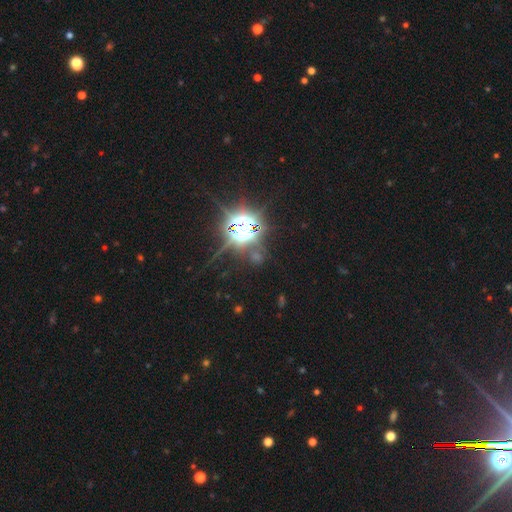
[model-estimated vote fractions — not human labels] Smooth or featured? star or artifact (83%)